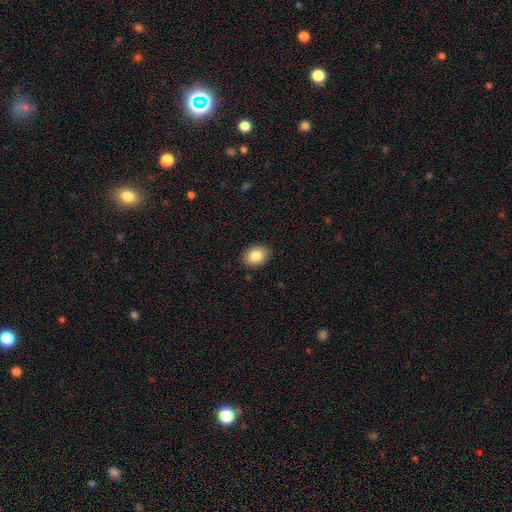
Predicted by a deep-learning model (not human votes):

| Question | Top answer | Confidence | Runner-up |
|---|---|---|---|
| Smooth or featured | smooth | 85% | star or artifact (8%) |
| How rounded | in between | 69% | round (30%) |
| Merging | none | 89% | minor disturbance (8%) |